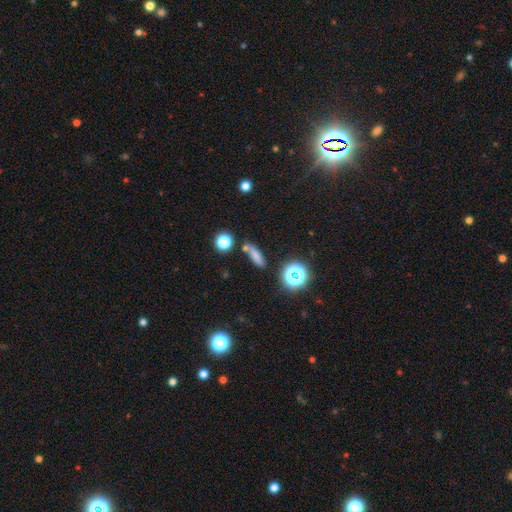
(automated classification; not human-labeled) This appears to be a smooth galaxy with no disk features (71%) that is cigar-shaped (53%). Merging: none (73%).